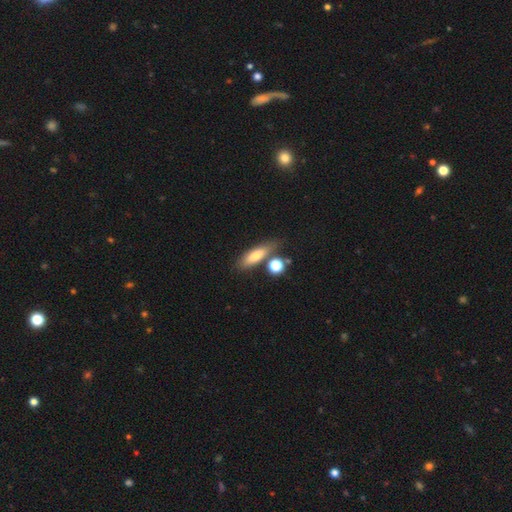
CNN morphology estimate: Overall: smooth (71%). How rounded: in between (47%, tied with cigar-shaped). Merging: none (66%).